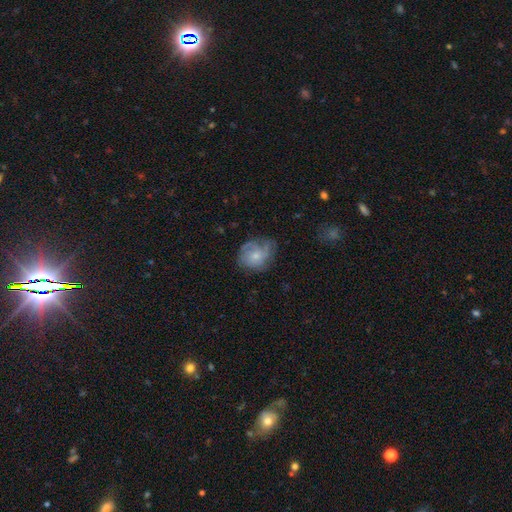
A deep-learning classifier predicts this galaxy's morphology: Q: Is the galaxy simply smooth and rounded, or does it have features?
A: featured or disk — 50%.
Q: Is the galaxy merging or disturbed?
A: none — 55%.